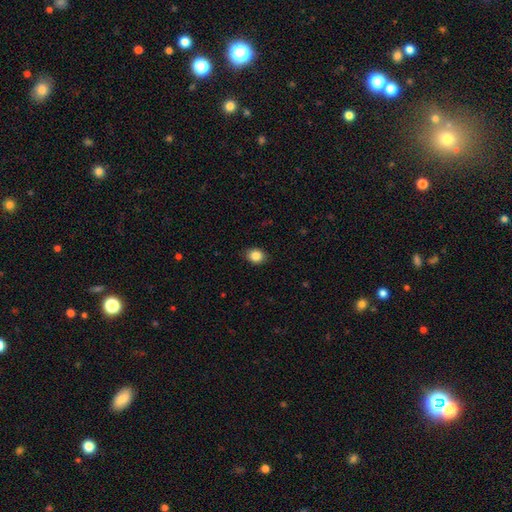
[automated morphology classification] smooth 86%, star or artifact 9%, featured or disk 5%. Down the decision tree: how rounded — round (52%); merging — none (86%).